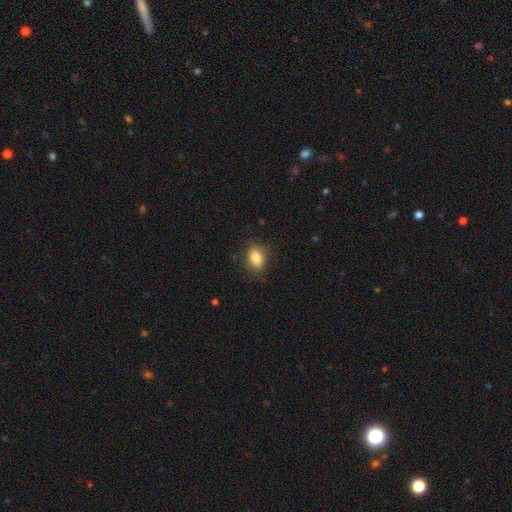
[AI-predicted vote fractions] This appears to be a smooth galaxy with no disk features (86%) that is in between round and cigar-shaped (79%). Merging: none (78%).